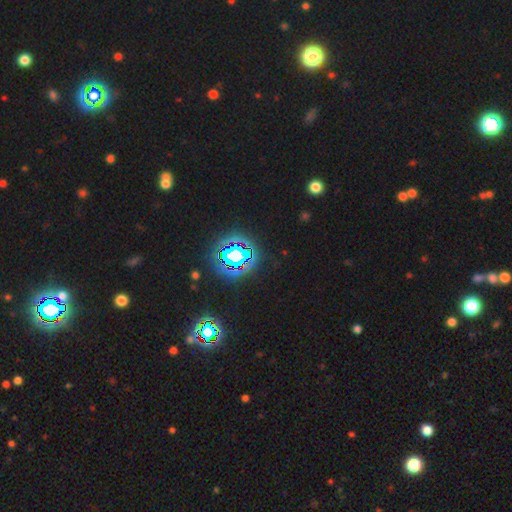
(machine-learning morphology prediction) Smooth or featured?
  - star or artifact: 83% *
  - smooth: 11%
  - featured or disk: 7%